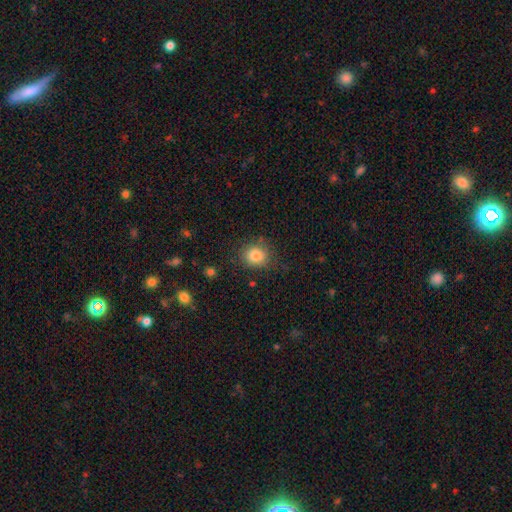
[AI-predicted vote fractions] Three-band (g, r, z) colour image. It shows a smooth galaxy with no disk features (83%) that is round (74%). Merging: none (80%).